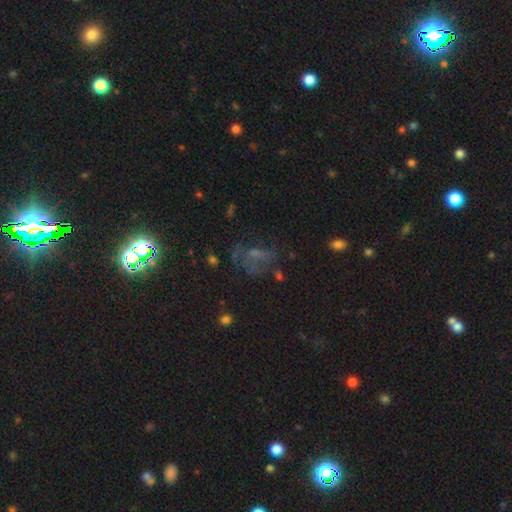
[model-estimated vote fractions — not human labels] A star or artifact, not a galaxy (36%).

Vote fractions:
- Smooth or featured? star or artifact: 36% / featured or disk: 33% / smooth: 30%